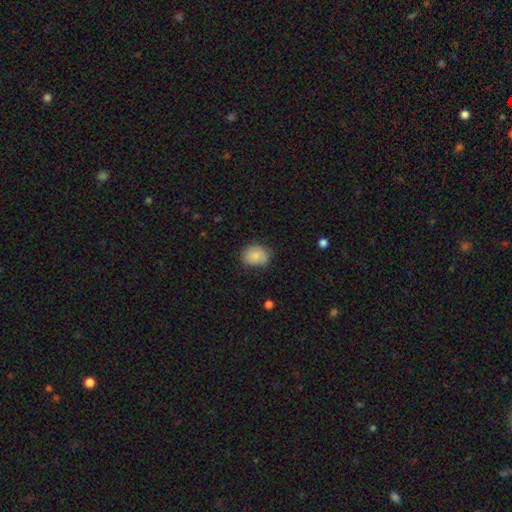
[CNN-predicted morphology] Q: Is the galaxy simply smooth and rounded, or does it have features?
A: smooth — 83%.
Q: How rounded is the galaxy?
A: in between — 55%.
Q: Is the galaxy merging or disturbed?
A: none — 73%.